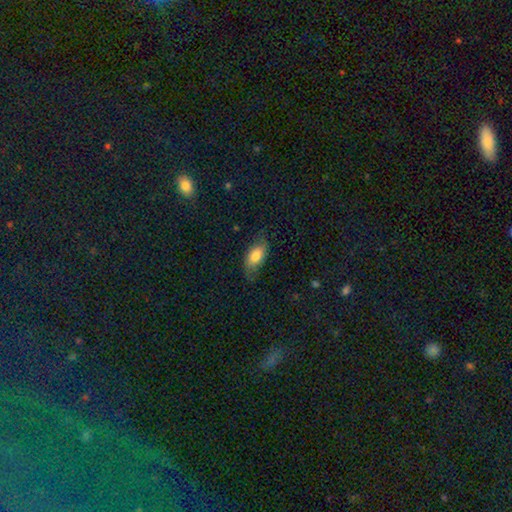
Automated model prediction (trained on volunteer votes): Morphology: type=smooth (73%); roundness=in between (90%); merging=none (66%).